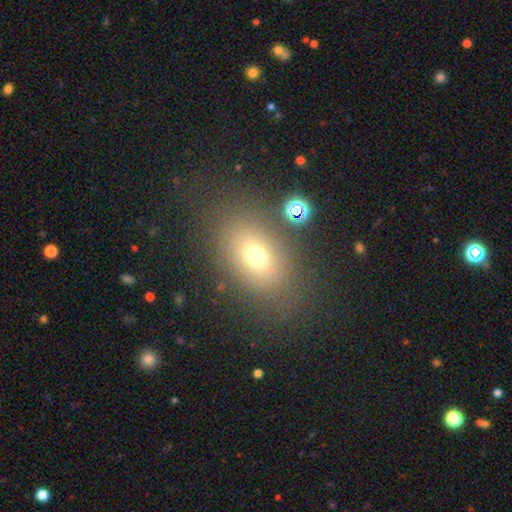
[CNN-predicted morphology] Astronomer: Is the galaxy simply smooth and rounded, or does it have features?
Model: smooth — 68%.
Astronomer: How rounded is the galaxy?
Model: in between — 75%.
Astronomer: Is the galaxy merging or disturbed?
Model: none — 76%.